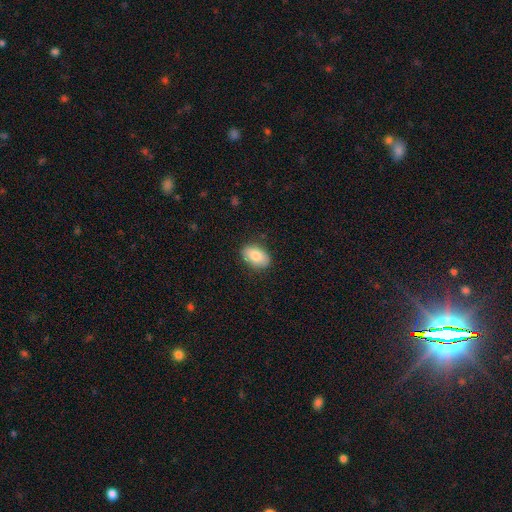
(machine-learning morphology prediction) smooth 84%, featured or disk 10%, star or artifact 7%. Down the decision tree: how rounded — in between (90%); merging — none (85%).